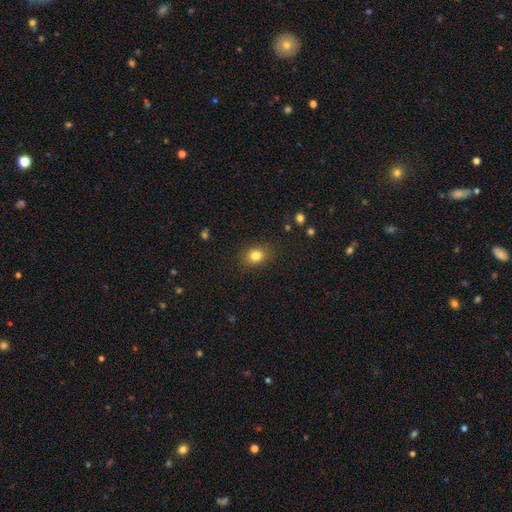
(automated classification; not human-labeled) This is clearly a smooth galaxy (82%). How rounded: possibly in between (53%). Merging: clearly none (86%).